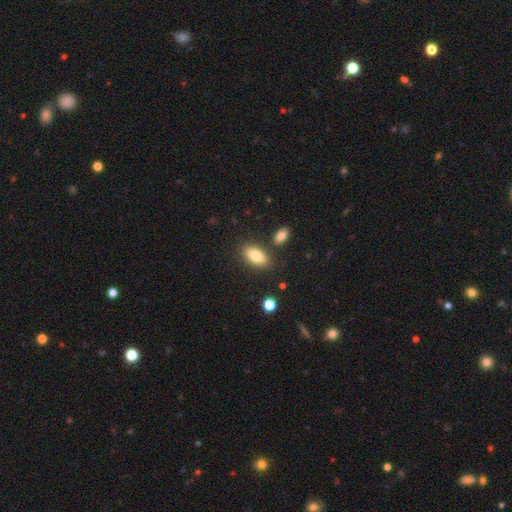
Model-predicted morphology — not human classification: smooth_or_featured: smooth (p=0.81) [alt: featured or disk p=0.12]
how_rounded: in between (p=0.86) [alt: cigar-shaped p=0.10]
merging: none (p=0.81) [alt: minor disturbance p=0.10]